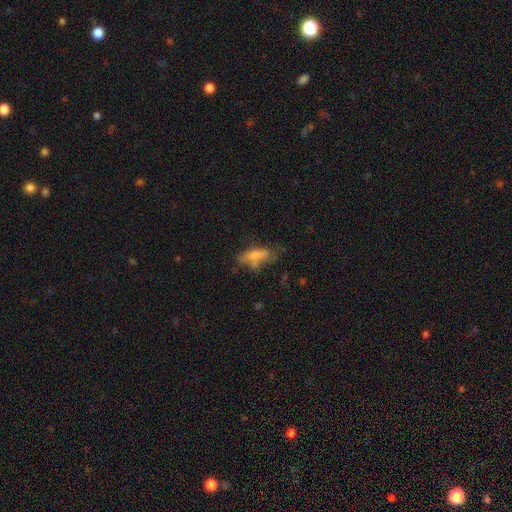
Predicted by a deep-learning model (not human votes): The model was most divided on "merging": none: 48%, minor disturbance: 27%, major disturbance: 14%, merger: 11%. More confident: smooth or featured — smooth (70%); how rounded — in between (59%).